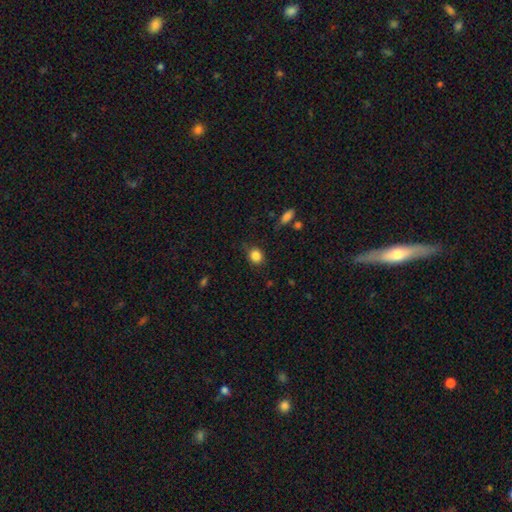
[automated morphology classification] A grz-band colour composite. It shows a smooth galaxy with no disk features (85%) that is round (75%). Merging: none (78%).